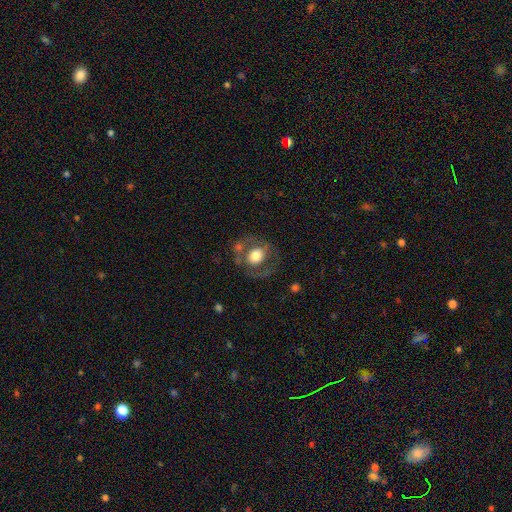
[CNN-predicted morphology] Smooth or featured?
  - smooth: 52% *
  - featured or disk: 41%
  - star or artifact: 8%
How rounded?
  - round: 63% *
  - in between: 35%
  - cigar-shaped: 1%
Merging?
  - none: 62% *
  - minor disturbance: 18%
  - major disturbance: 14%
  - merger: 6%